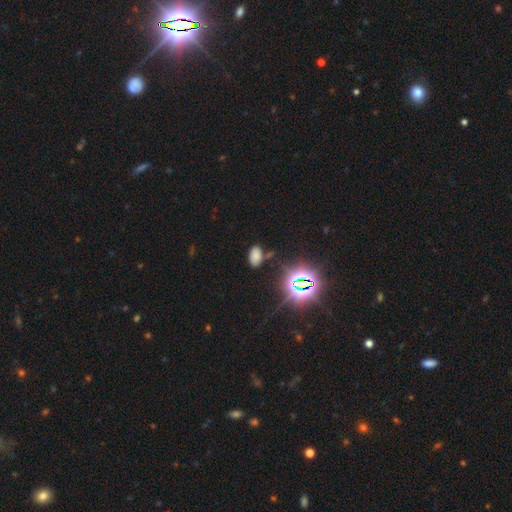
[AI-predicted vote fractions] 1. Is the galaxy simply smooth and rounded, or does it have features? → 63% smooth, 29% star or artifact, 8% featured or disk.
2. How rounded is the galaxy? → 93% in between, 5% round, 2% cigar-shaped.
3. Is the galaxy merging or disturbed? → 76% none, 14% minor disturbance, 5% merger, 5% major disturbance.